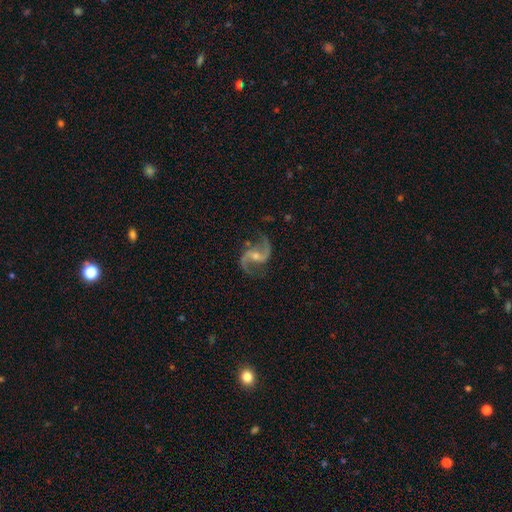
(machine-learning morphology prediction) featured or disk 92%, star or artifact 5%, smooth 3%. Down the decision tree: edge-on disk — no (98%); bar — weak (42%); spiral arms — yes (98%); spiral arm count — 2 (94%); spiral winding — loose (60%); bulge size — small (51%); merging — none (80%).